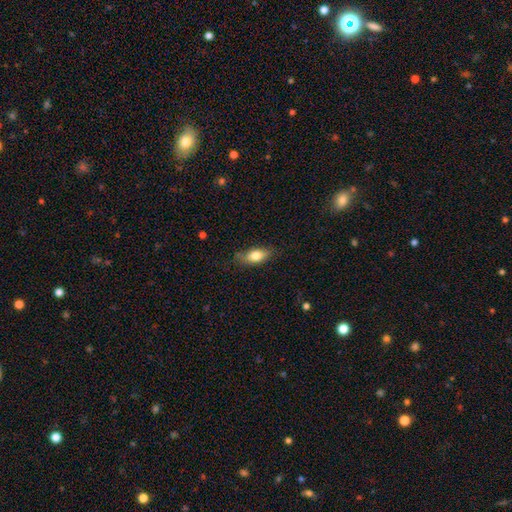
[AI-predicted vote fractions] This is likely a smooth galaxy (77%). How rounded: clearly in between (81%). Merging: likely none (73%).